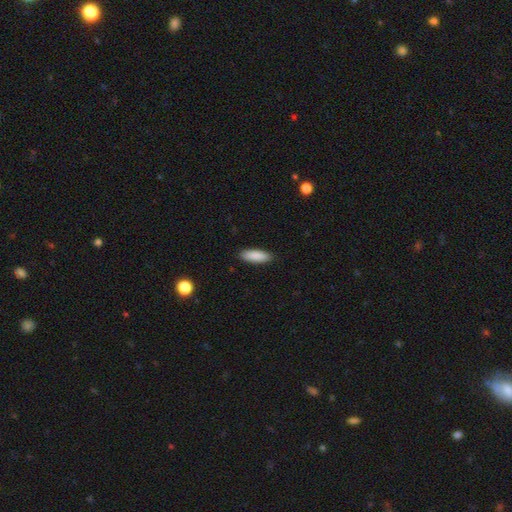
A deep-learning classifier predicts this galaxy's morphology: Overall: smooth (89%). How rounded: in between (55%; cigar-shaped 43%). Merging: none (90%).